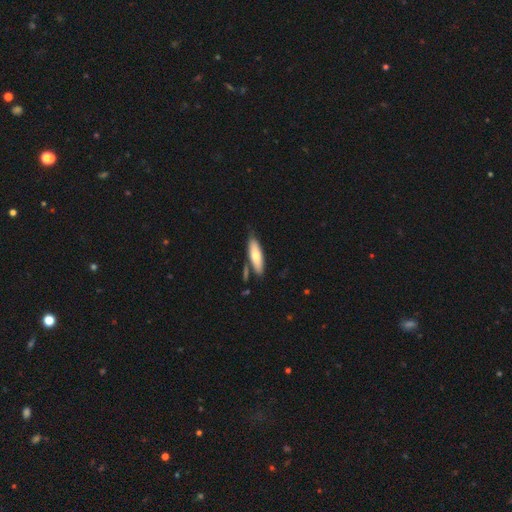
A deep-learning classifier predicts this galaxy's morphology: Smooth or featured?
  - smooth: 68% *
  - featured or disk: 26%
  - star or artifact: 6%
How rounded?
  - cigar-shaped: 57% *
  - in between: 42%
  - round: 2%
Merging?
  - none: 70% *
  - minor disturbance: 17%
  - merger: 9%
  - major disturbance: 4%